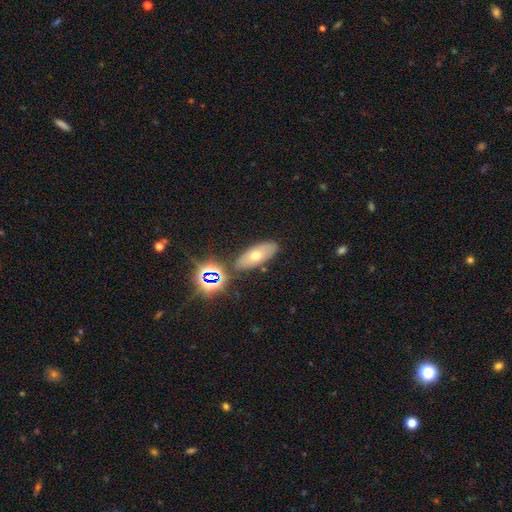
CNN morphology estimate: Overall: smooth (56%; featured or disk 28%). How rounded: in between (76%). Merging: none (81%).